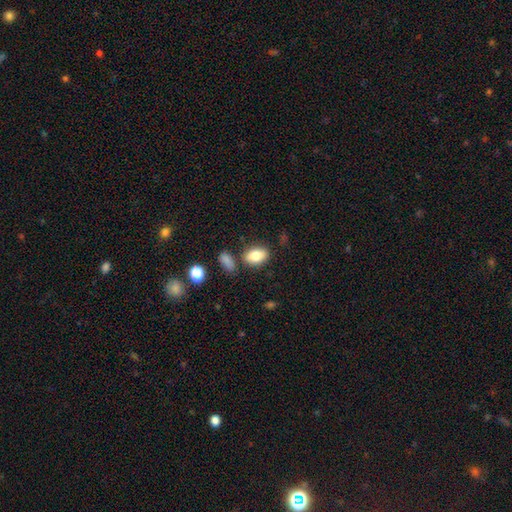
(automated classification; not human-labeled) smooth_or_featured: smooth (p=0.81) [alt: featured or disk p=0.11]
how_rounded: in between (p=0.85) [alt: round p=0.13]
merging: none (p=0.75) [alt: minor disturbance p=0.13]